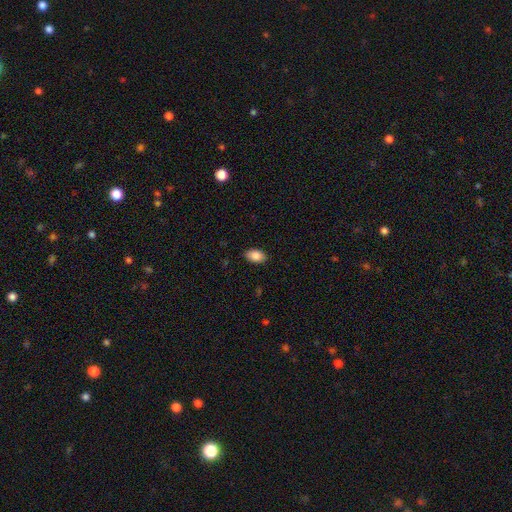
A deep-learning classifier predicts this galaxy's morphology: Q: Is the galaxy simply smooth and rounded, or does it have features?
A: smooth — 88%.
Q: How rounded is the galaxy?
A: in between — 92%.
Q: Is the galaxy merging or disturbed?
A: none — 88%.